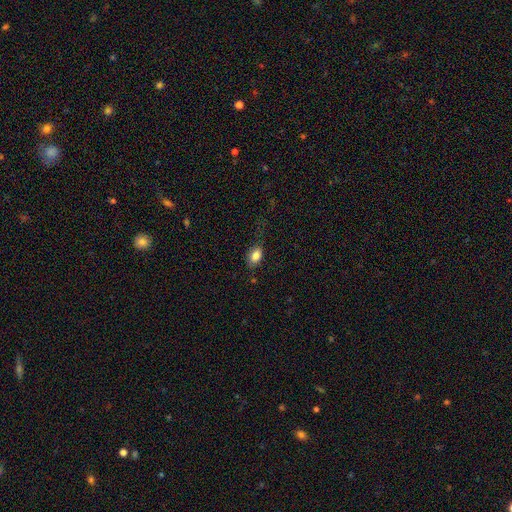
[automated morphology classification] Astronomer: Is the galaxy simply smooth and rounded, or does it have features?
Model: smooth — 84%.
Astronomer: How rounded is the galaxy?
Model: in between — 85%.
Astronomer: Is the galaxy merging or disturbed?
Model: none — 68%.